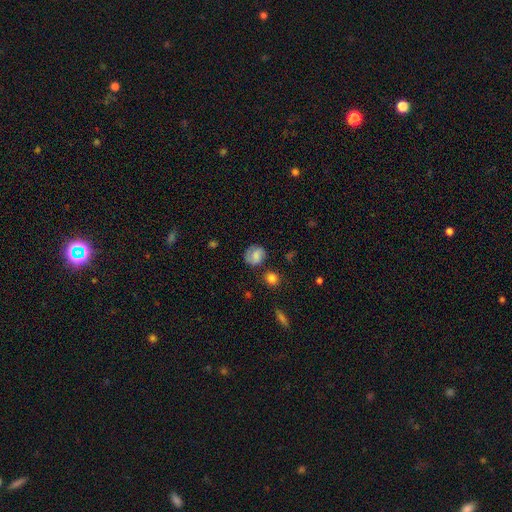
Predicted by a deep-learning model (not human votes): The model was most divided on "smooth or featured": smooth: 61%, featured or disk: 30%, star or artifact: 9%. More confident: how rounded — round (68%); merging — none (66%).